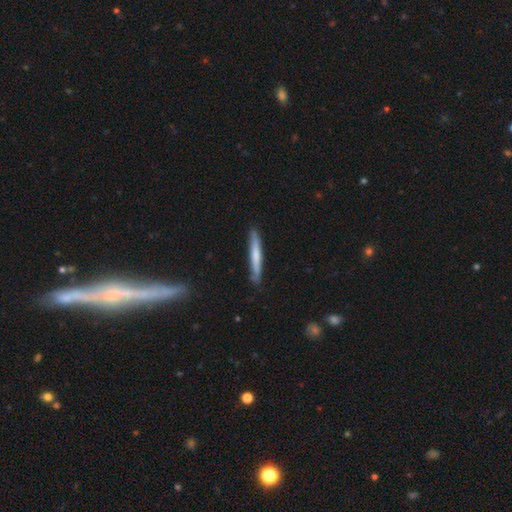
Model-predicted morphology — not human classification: This is likely a smooth galaxy (61%). How rounded: clearly cigar-shaped (95%). Merging: clearly none (85%).